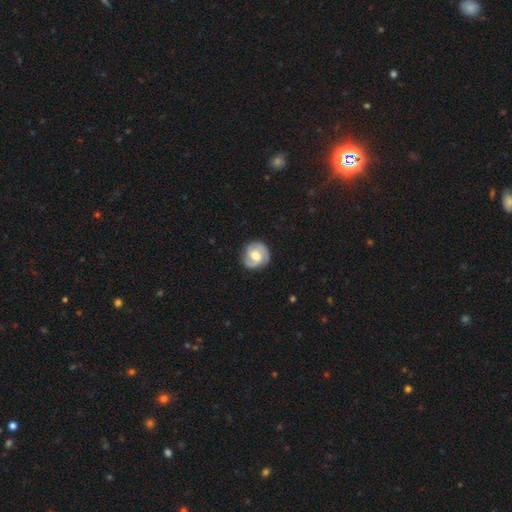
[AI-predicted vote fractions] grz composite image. It shows a featured or disk galaxy (64%) with no bar (50%), 2 (61%) tight (41%, tied with medium) spiral arms (89%) and a moderate central bulge (70%). Merging: none (77%).